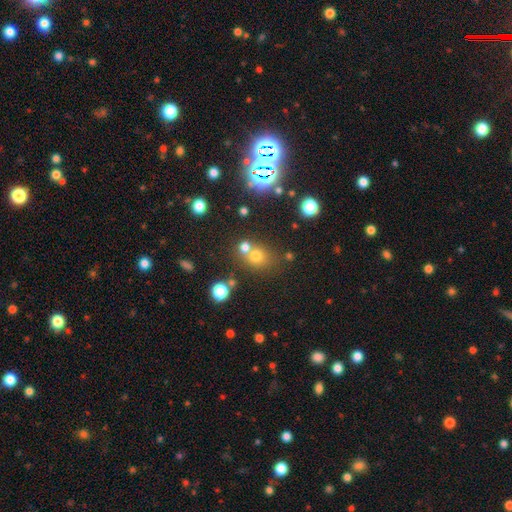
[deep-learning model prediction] smooth_or_featured: smooth (p=0.66) [alt: star or artifact p=0.22]
how_rounded: round (p=0.75) [alt: in between p=0.24]
merging: none (p=0.52) [alt: merger p=0.35]